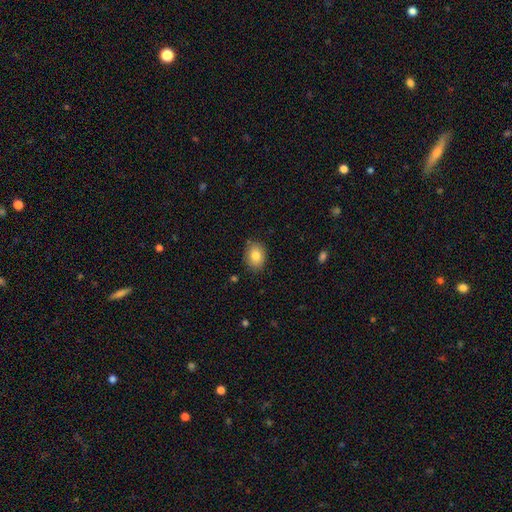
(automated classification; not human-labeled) Overall: smooth (82%). How rounded: in between (65%; round 35%). Merging: none (84%).